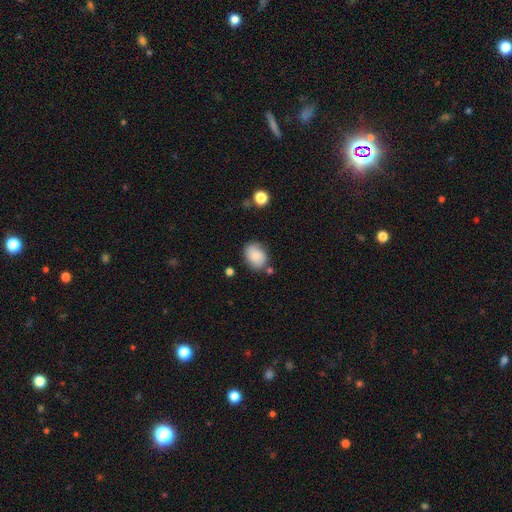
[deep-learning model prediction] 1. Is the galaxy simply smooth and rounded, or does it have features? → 77% smooth, 14% featured or disk, 8% star or artifact.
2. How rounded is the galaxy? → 60% in between, 39% round, 1% cigar-shaped.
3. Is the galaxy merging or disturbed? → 70% none, 19% minor disturbance, 6% merger, 5% major disturbance.